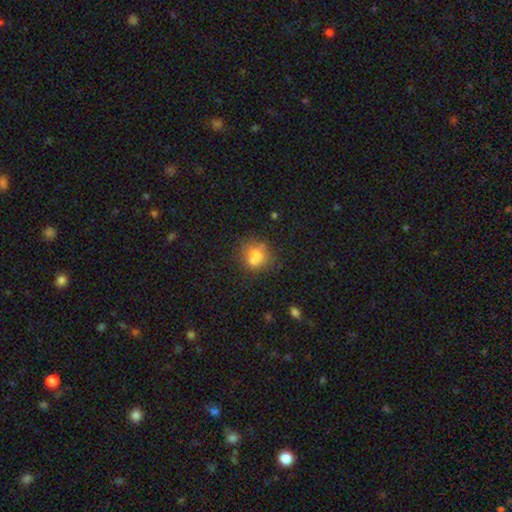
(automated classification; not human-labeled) Smooth or featured?
  - smooth: 62% *
  - featured or disk: 24%
  - star or artifact: 14%
How rounded?
  - round: 72% *
  - in between: 27%
  - cigar-shaped: 1%
Merging?
  - none: 45% *
  - merger: 34%
  - minor disturbance: 14%
  - major disturbance: 7%